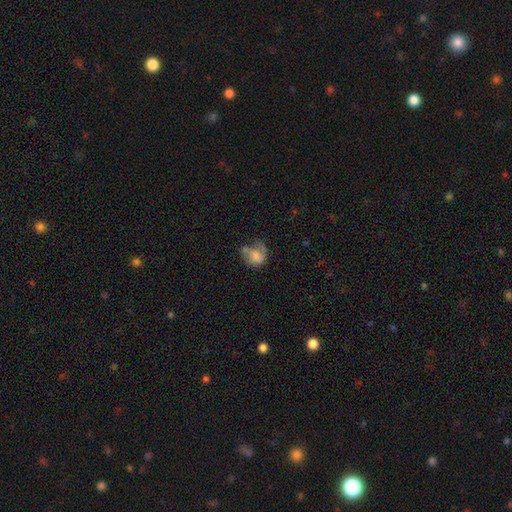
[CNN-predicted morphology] This is possibly a smooth galaxy (55%). How rounded: possibly round (56%). Merging: marginally none (32%).